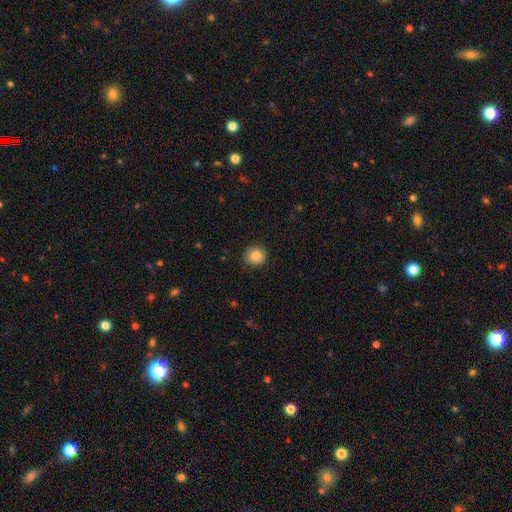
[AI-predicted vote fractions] This is clearly a smooth galaxy (84%). How rounded: clearly round (89%). Merging: clearly none (89%).